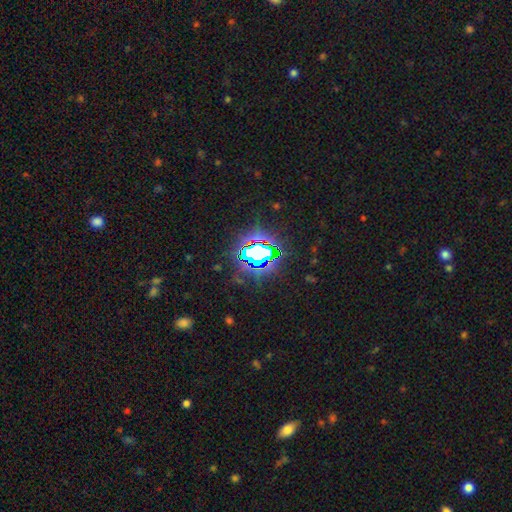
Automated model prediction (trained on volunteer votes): Smooth or featured? star or artifact (74%)